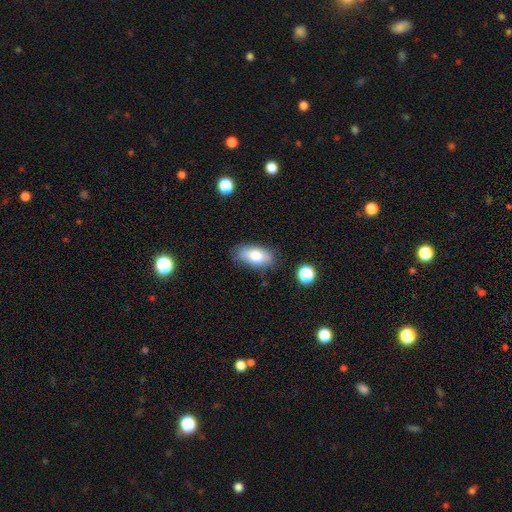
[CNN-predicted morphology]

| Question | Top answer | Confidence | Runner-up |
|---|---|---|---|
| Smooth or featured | smooth | 79% | featured or disk (14%) |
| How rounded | in between | 91% | cigar-shaped (5%) |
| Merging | none | 76% | minor disturbance (17%) |